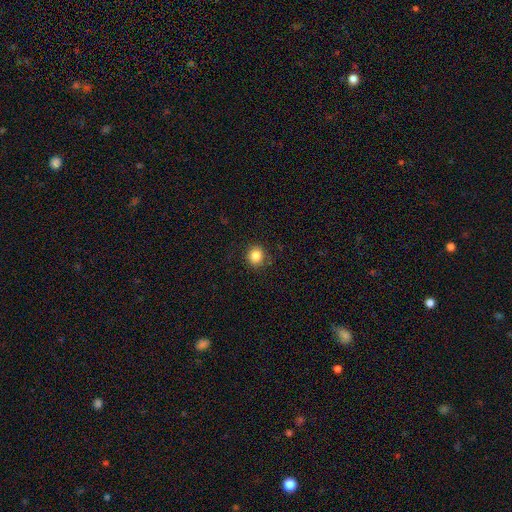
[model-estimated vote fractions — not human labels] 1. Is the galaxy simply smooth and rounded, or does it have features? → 85% smooth, 11% star or artifact, 5% featured or disk.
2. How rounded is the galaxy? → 88% round, 12% in between, 1% cigar-shaped.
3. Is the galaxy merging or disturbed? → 88% none, 8% minor disturbance, 3% major disturbance, 1% merger.